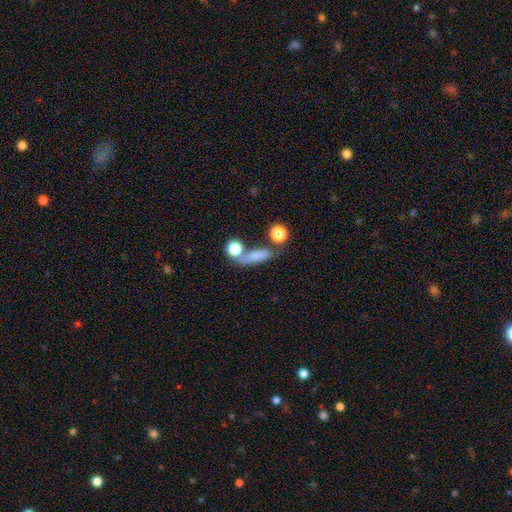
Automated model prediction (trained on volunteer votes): smooth_or_featured: smooth (p=0.72) [alt: featured or disk p=0.15]
how_rounded: cigar-shaped (p=0.41) [alt: in between p=0.40]
merging: none (p=0.50) [alt: merger p=0.25]